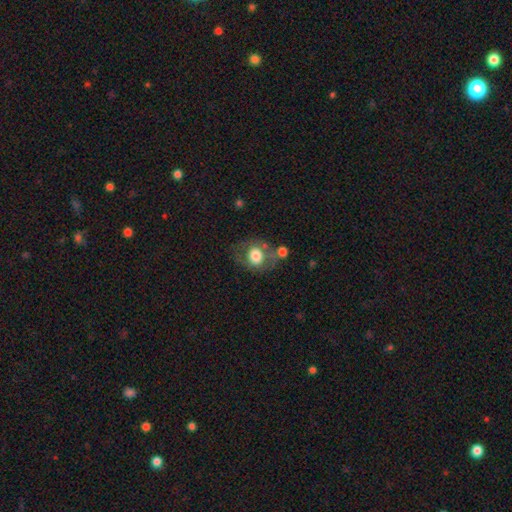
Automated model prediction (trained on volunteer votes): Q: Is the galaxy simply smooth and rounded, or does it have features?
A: smooth — 68%.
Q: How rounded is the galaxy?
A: round — 65%.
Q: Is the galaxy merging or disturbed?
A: none — 56%.